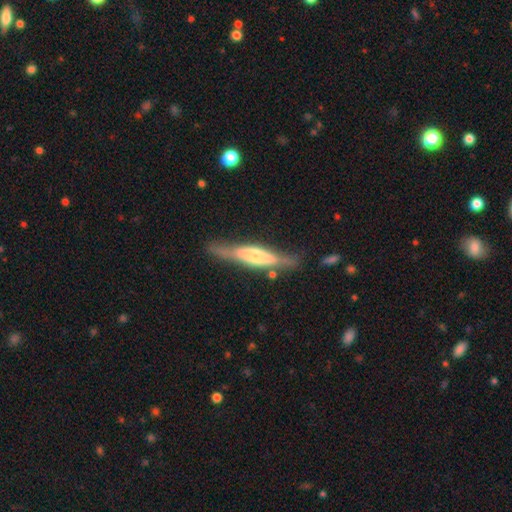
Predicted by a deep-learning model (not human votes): Smooth or featured? featured or disk (62%)
Edge-on disk? yes (85%)
Edge-on bulge? rounded (64%)
Merging? none (68%)